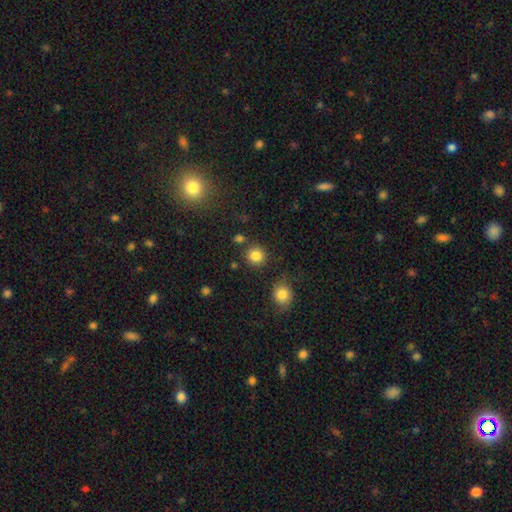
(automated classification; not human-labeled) A smooth galaxy with no disk features (84%) that is round (90%). Merging: none (82%).